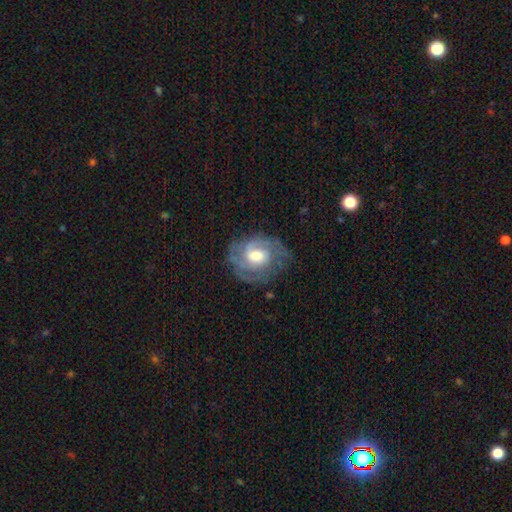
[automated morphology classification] smooth-or-featured: featured or disk: 78% | smooth: 16% | star or artifact: 6%
  disk-edge-on: no: 97% | yes: 3%
    bar: no: 54% | weak: 39% | strong: 8%
    has-spiral-arms: yes: 90% | no: 10%
      spiral-winding: tight: 51% | medium: 37% | loose: 11%
      spiral-arm-count: 2: 38% | can't tell: 30% | 3: 16% | 1: 7% | 4: 5% | more than 4: 4%
    bulge-size: moderate: 59% | large: 26% | small: 12% | none: 2% | dominant: 2%
  merging: none: 69% | minor disturbance: 20% | major disturbance: 11% | merger: 1%